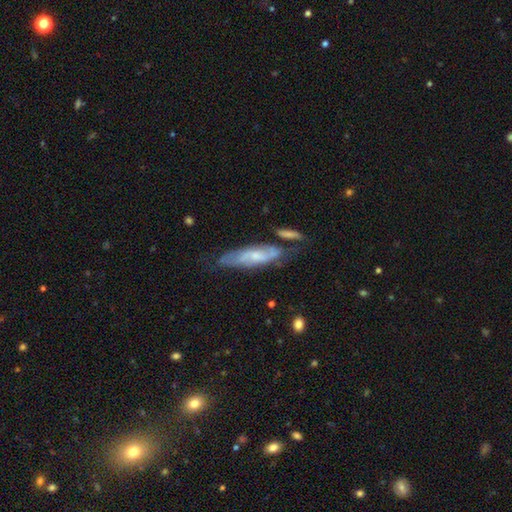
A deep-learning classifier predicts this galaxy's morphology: Smooth or featured? Predicted: featured or disk (p=0.64). Edge-on disk? Predicted: no (p=0.74). Merging? Predicted: none (p=0.53).